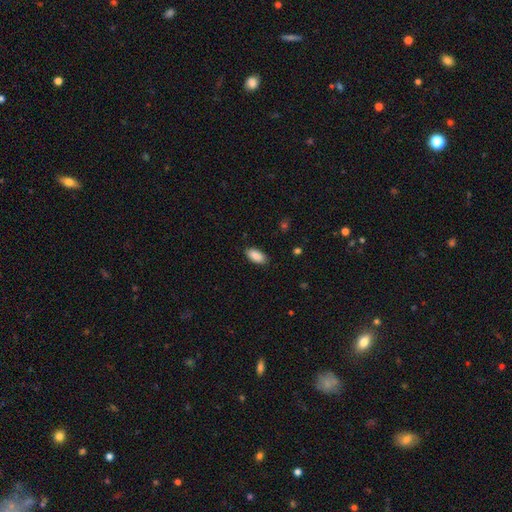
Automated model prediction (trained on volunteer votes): This is clearly a smooth galaxy (90%). How rounded: clearly in between (92%). Merging: clearly none (86%).